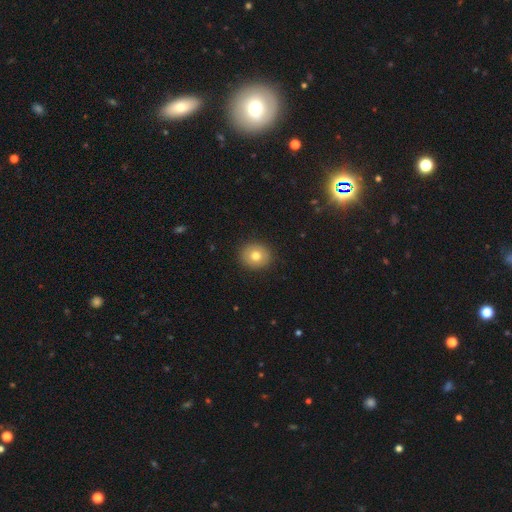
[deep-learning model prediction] This appears to be a smooth galaxy with no disk features (76%) that is round (86%). Merging: none (91%).